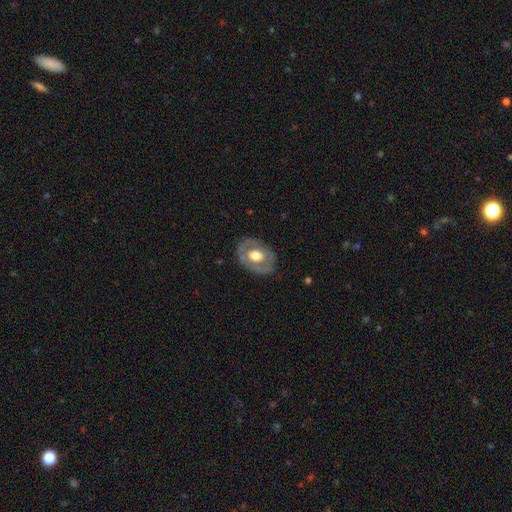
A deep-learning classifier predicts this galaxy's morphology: Smooth or featured?
  - featured or disk: 57% *
  - smooth: 38%
  - star or artifact: 6%
Edge-on disk?
  - no: 93% *
  - yes: 7%
Bar?
  - no: 78% *
  - weak: 17%
  - strong: 5%
Spiral arms?
  - no: 77% *
  - yes: 23%
Bulge size?
  - moderate: 48% *
  - large: 44%
  - small: 4%
  - dominant: 3%
  - none: 1%
Merging?
  - none: 76% *
  - minor disturbance: 17%
  - major disturbance: 6%
  - merger: 1%